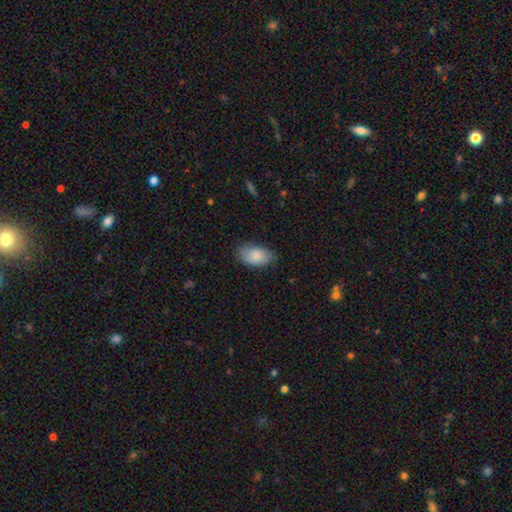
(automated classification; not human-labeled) A smooth galaxy with no disk features (83%) that is in between round and cigar-shaped (94%).

Vote fractions:
- Smooth or featured? smooth: 83% / featured or disk: 11% / star or artifact: 6%
- How rounded? in between: 94% / round: 4% / cigar-shaped: 2%
- Merging? none: 76% / minor disturbance: 19% / major disturbance: 4% / merger: 1%